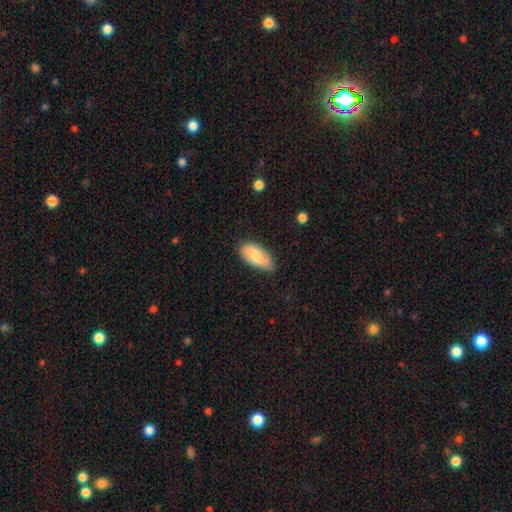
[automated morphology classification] A smooth galaxy with no disk features (74%) that is in between round and cigar-shaped (89%).

Vote fractions:
- Smooth or featured? smooth: 74% / featured or disk: 20% / star or artifact: 6%
- How rounded? in between: 89% / cigar-shaped: 9% / round: 2%
- Merging? none: 68% / minor disturbance: 26% / major disturbance: 4% / merger: 2%